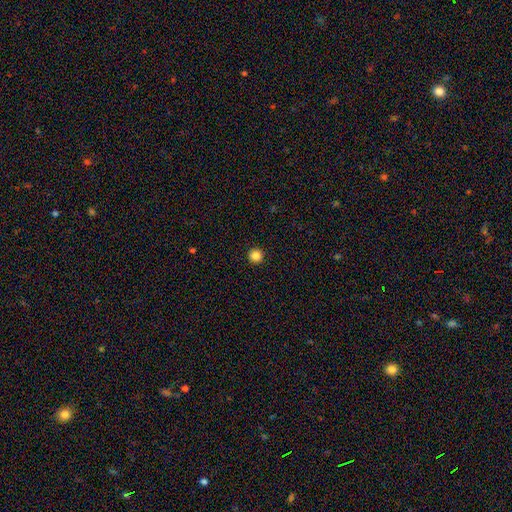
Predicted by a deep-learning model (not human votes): A smooth galaxy with no disk features (86%) that is round (96%).

Vote fractions:
- Smooth or featured? smooth: 86% / star or artifact: 11% / featured or disk: 3%
- How rounded? round: 96% / in between: 3% / cigar-shaped: 1%
- Merging? none: 94% / minor disturbance: 4% / major disturbance: 1% / merger: 1%